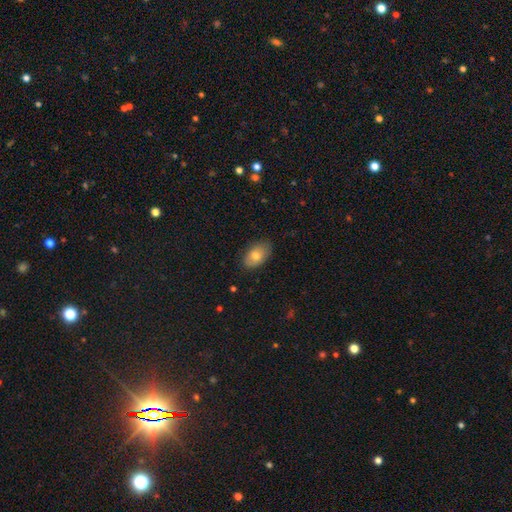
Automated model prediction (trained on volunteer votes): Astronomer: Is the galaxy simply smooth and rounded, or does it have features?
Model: smooth — 77%.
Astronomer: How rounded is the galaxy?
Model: in between — 91%.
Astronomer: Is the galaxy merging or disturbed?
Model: none — 80%.